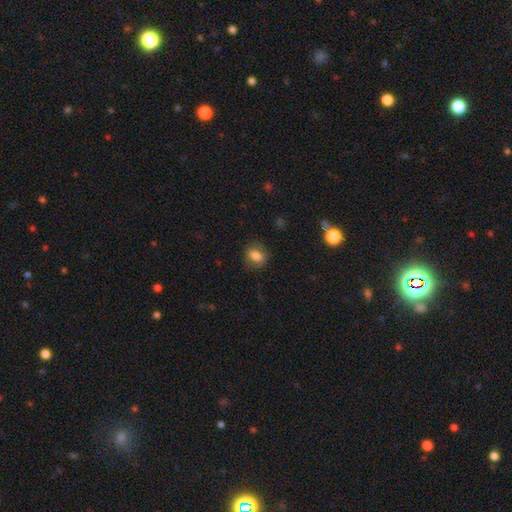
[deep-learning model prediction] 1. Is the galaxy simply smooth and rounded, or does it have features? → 77% smooth, 14% featured or disk, 10% star or artifact.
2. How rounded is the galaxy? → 66% in between, 32% round, 3% cigar-shaped.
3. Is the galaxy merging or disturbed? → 77% none, 16% minor disturbance, 6% major disturbance, 1% merger.